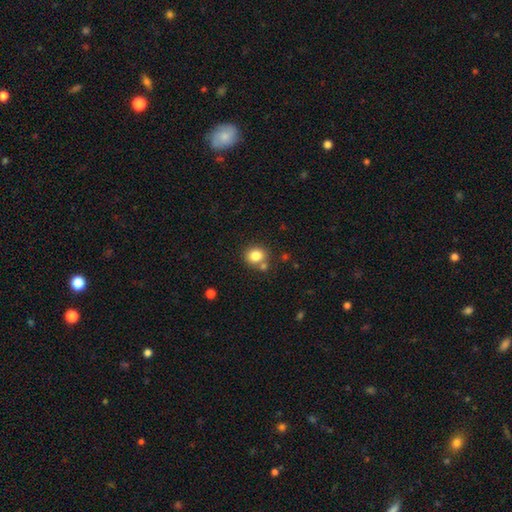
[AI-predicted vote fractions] smooth_or_featured: smooth (p=0.82) [alt: star or artifact p=0.11]
how_rounded: round (p=0.82) [alt: in between p=0.17]
merging: none (p=0.70) [alt: merger p=0.16]